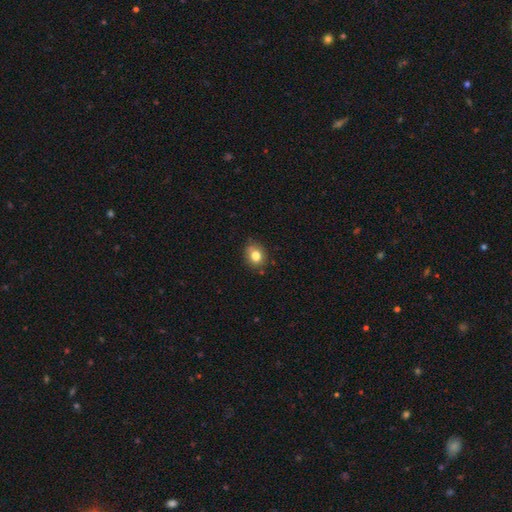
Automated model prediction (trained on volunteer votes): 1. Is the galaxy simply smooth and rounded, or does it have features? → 79% smooth, 11% star or artifact, 10% featured or disk.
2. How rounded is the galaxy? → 62% round, 37% in between, 1% cigar-shaped.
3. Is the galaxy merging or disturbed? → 75% none, 18% minor disturbance, 3% major disturbance, 3% merger.